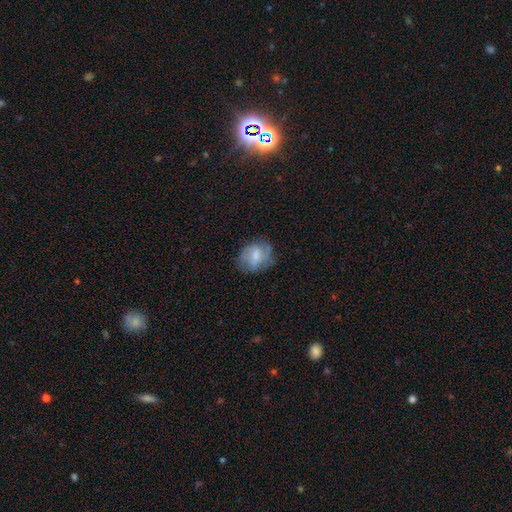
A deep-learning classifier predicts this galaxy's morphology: Smooth or featured: smooth — 55% (featured or disk — 37%)
How rounded: in between — 59% (round — 40%)
Merging: none — 64% (minor disturbance — 24%)